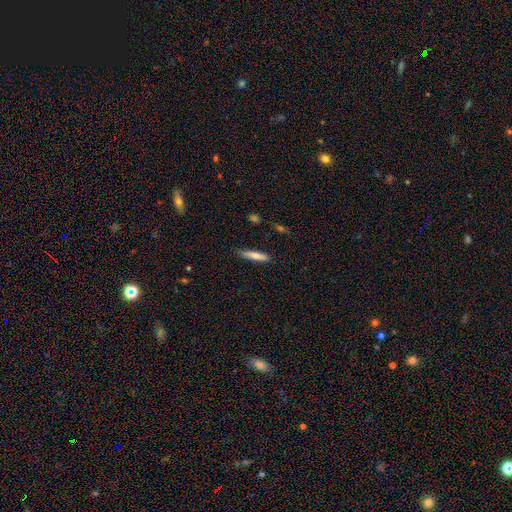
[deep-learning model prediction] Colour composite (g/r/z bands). It shows a smooth galaxy with no disk features (73%) that is cigar-shaped (83%). Merging: none (81%).